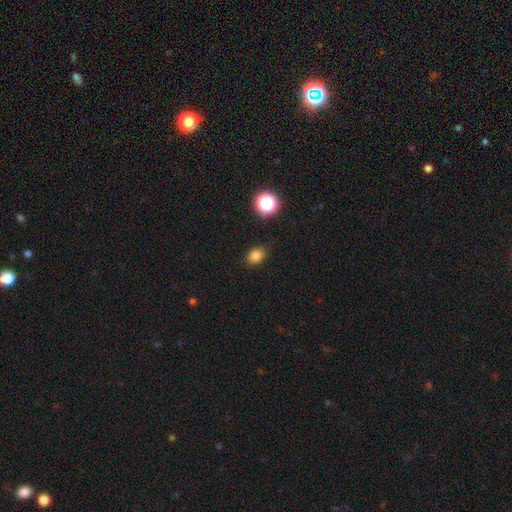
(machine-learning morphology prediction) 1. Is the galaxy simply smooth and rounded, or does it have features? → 81% smooth, 14% star or artifact, 5% featured or disk.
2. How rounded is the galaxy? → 55% in between, 44% round, 1% cigar-shaped.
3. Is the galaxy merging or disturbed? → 86% none, 10% minor disturbance, 3% major disturbance, 1% merger.